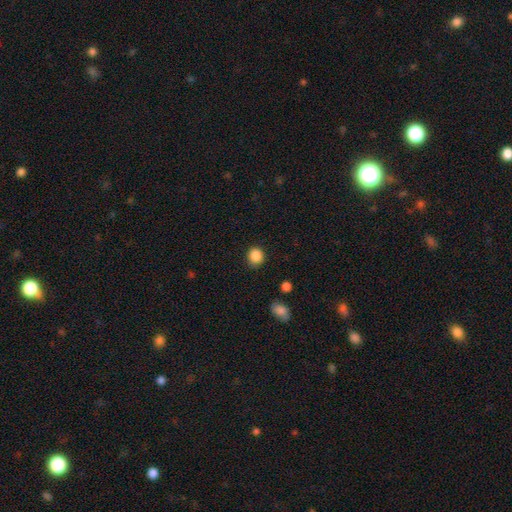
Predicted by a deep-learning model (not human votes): smooth-or-featured: smooth: 87% | star or artifact: 10% | featured or disk: 3%
  how-rounded: round: 81% | in between: 18% | cigar-shaped: 1%
  merging: none: 85% | minor disturbance: 10% | major disturbance: 3% | merger: 2%